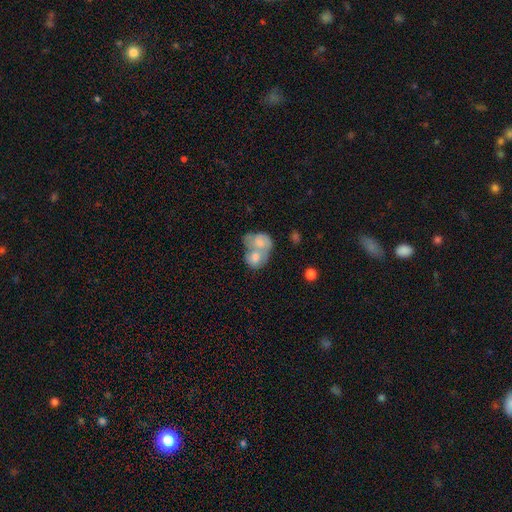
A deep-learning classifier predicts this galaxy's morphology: smooth_or_featured: smooth (p=0.53) [alt: featured or disk p=0.37]
how_rounded: round (p=0.53) [alt: in between p=0.45]
merging: merger (p=0.74) [alt: none p=0.15]